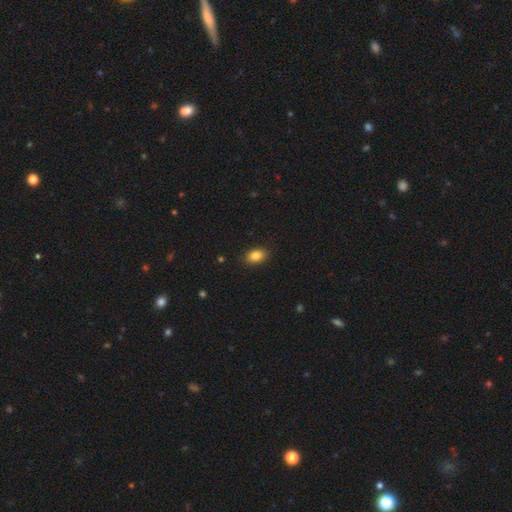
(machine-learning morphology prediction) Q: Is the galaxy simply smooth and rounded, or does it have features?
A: smooth — 85%.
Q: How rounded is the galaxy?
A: in between — 84%.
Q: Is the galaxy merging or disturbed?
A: none — 88%.